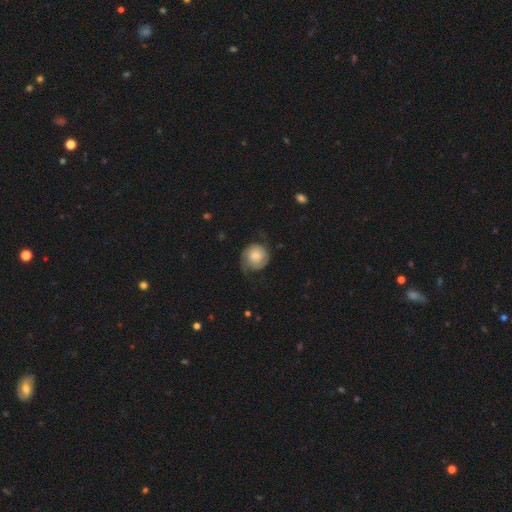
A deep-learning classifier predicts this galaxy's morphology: smooth-or-featured: smooth: 47% | featured or disk: 46% | star or artifact: 7%
  merging: none: 61% | minor disturbance: 25% | major disturbance: 13% | merger: 1%